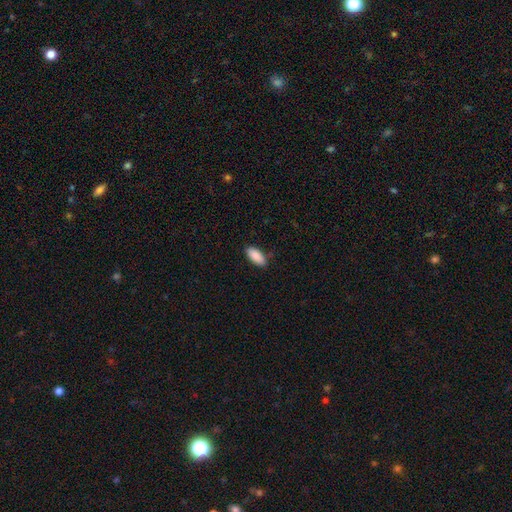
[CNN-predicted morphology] Overall: smooth (90%). How rounded: in between (87%). Merging: none (85%).